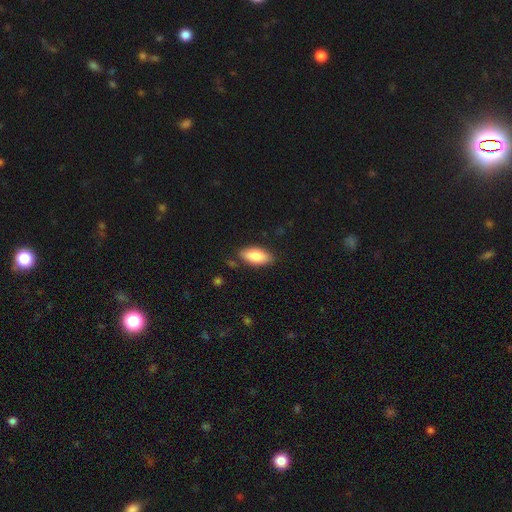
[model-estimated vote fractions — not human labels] Smooth or featured? smooth (83%)
How rounded? in between (88%)
Merging? none (83%)